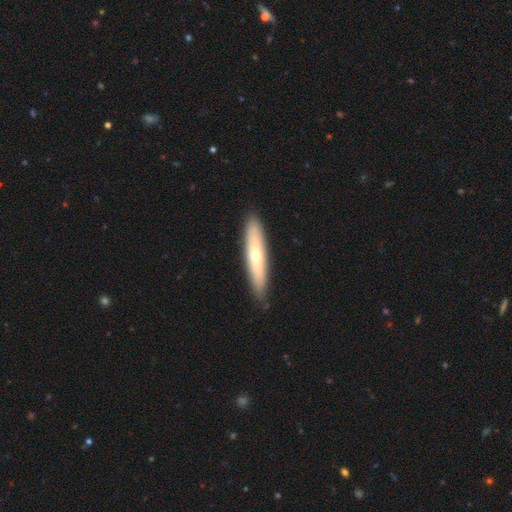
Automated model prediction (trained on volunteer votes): smooth 55%, featured or disk 40%, star or artifact 5%. Down the decision tree: how rounded — cigar-shaped (84%); merging — none (89%).